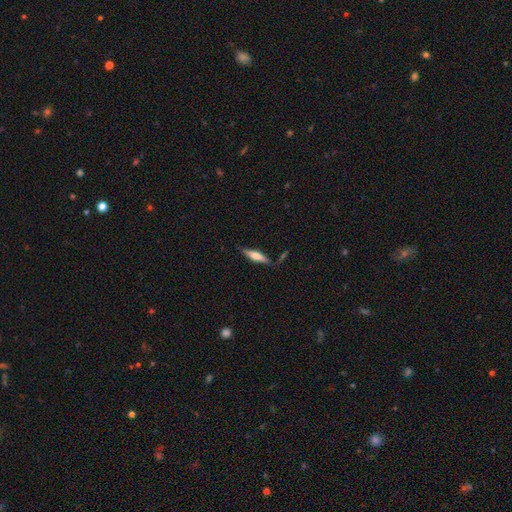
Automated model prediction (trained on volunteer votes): Smooth or featured? smooth (52%)
How rounded? cigar-shaped (76%)
Merging? none (80%)